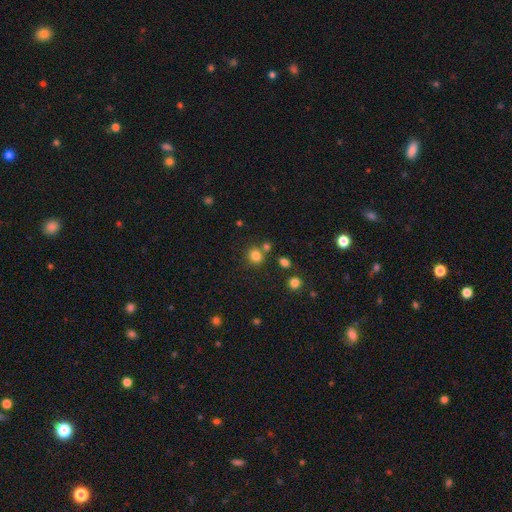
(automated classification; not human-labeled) This is clearly a smooth galaxy (80%). How rounded: clearly round (84%). Merging: likely none (73%).